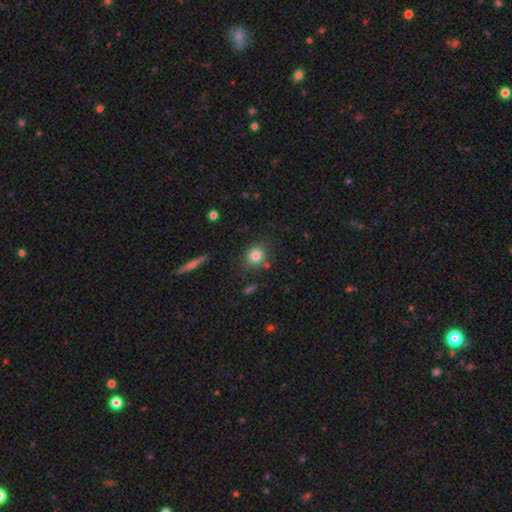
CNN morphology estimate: Q: Smooth or featured?
A: smooth (80%); runner-up: star or artifact (11%)
Q: How rounded?
A: round (81%); runner-up: in between (18%)
Q: Merging?
A: none (79%); runner-up: minor disturbance (12%)